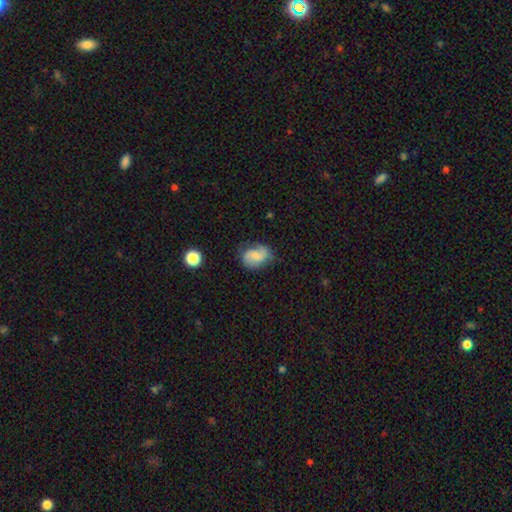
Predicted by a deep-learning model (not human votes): This is possibly a featured or disk galaxy (48%). Merging: likely none (66%).